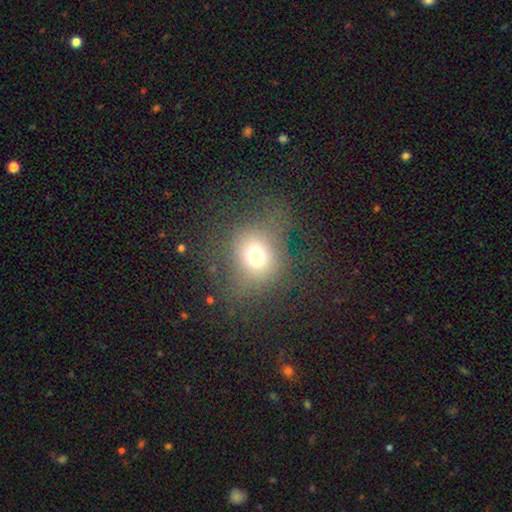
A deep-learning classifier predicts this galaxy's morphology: This is likely a smooth galaxy (67%). How rounded: likely round (79%). Merging: likely none (66%).